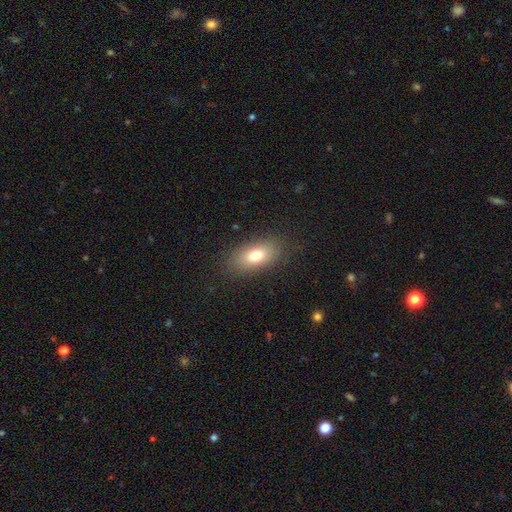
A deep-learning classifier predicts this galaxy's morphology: smooth-or-featured: smooth: 75% | featured or disk: 16% | star or artifact: 10%
  how-rounded: in between: 87% | round: 8% | cigar-shaped: 5%
  merging: none: 84% | minor disturbance: 11% | major disturbance: 4% | merger: 1%